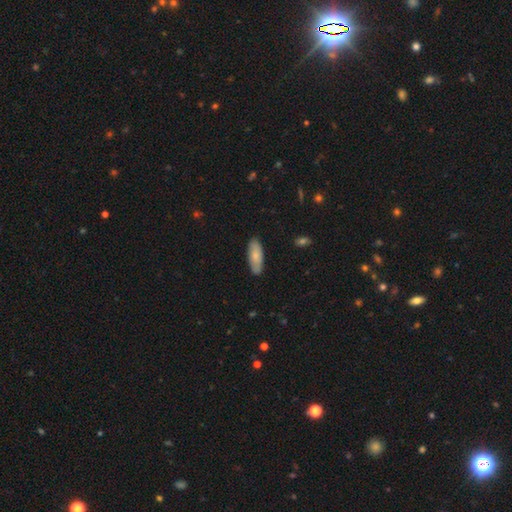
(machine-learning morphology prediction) Smooth or featured? smooth (76%)
How rounded? in between (73%)
Merging? none (84%)